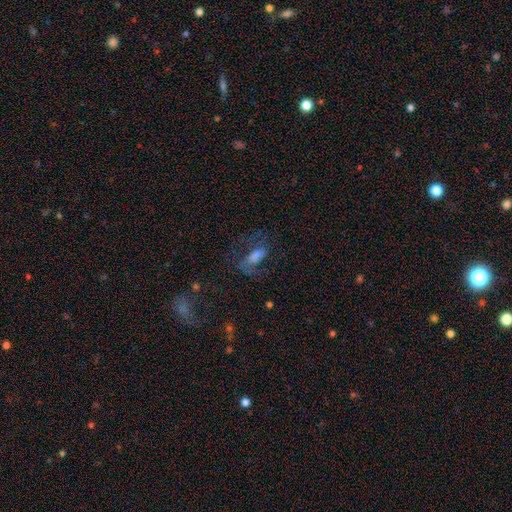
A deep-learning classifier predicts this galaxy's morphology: Smooth or featured?
  - featured or disk: 51% *
  - smooth: 32%
  - star or artifact: 17%
Edge-on disk?
  - no: 92% *
  - yes: 8%
Merging?
  - none: 50% *
  - major disturbance: 29%
  - minor disturbance: 18%
  - merger: 3%